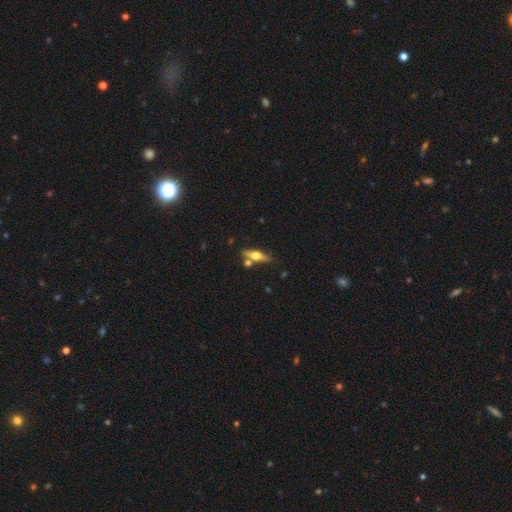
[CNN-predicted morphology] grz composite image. It shows a featured or disk galaxy (57%) viewed edge-on (91%) with a rounded central bulge (94%). Merging: none (69%).